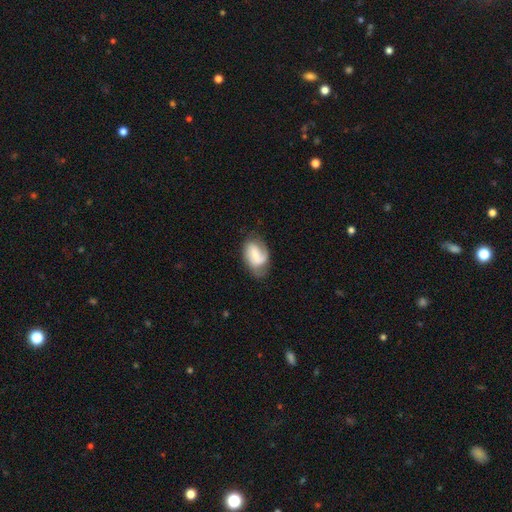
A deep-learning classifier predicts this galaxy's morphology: Smooth or featured?
  - featured or disk: 51% *
  - smooth: 42%
  - star or artifact: 7%
Edge-on disk?
  - no: 97% *
  - yes: 3%
Merging?
  - none: 52% *
  - minor disturbance: 30%
  - major disturbance: 16%
  - merger: 2%